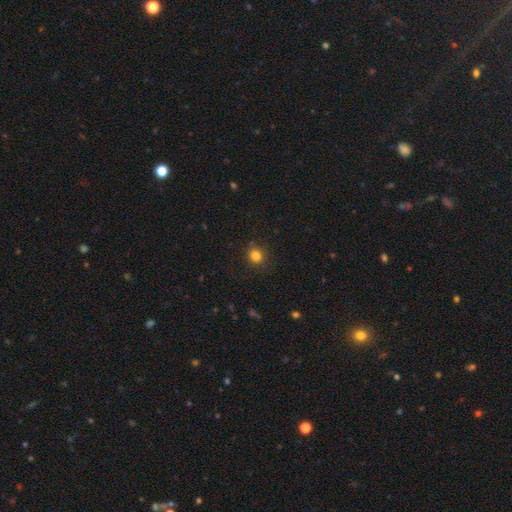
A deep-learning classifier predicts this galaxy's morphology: Smooth or featured? Predicted: smooth (p=0.82). How rounded? Predicted: round (p=0.84). Merging? Predicted: none (p=0.84).